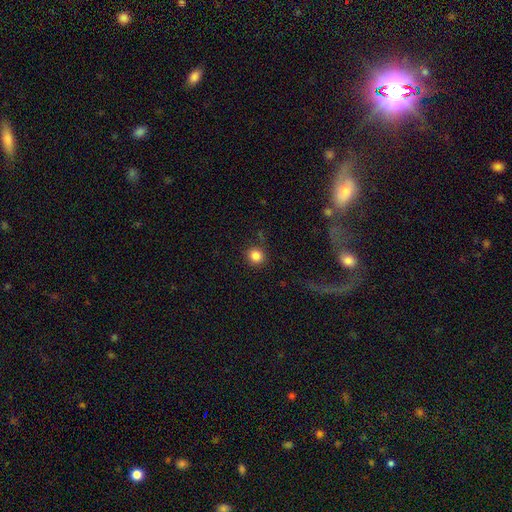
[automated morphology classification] Smooth or featured?
  - smooth: 85% *
  - star or artifact: 11%
  - featured or disk: 4%
How rounded?
  - round: 92% *
  - in between: 7%
  - cigar-shaped: 1%
Merging?
  - none: 86% *
  - minor disturbance: 8%
  - major disturbance: 3%
  - merger: 2%